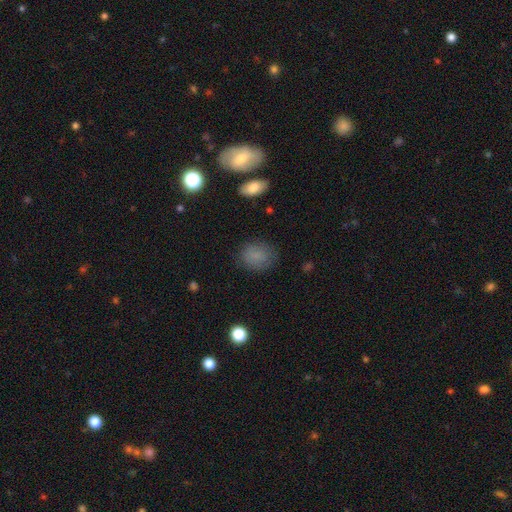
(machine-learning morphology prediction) The model was most divided on "how rounded": round: 53%, in between: 46%, cigar-shaped: 1%. More confident: smooth or featured — smooth (82%); merging — none (81%).